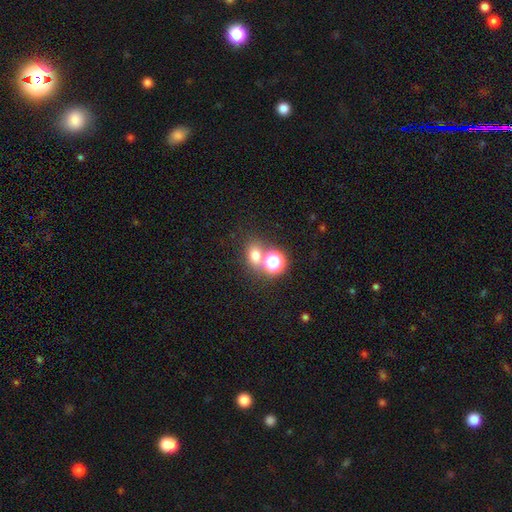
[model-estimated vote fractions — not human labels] This appears to be a smooth galaxy with no disk features (67%) that is round (58%). Merging: none (61%).